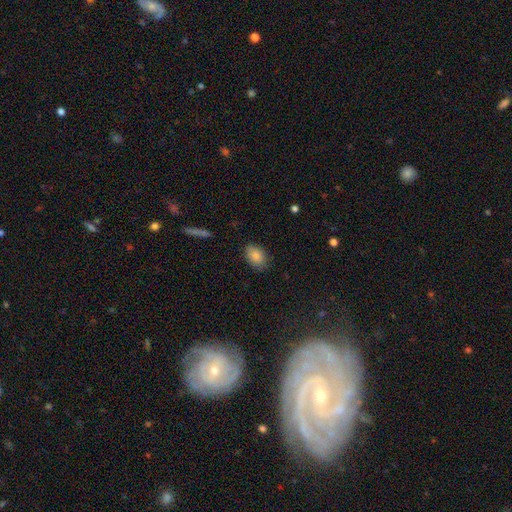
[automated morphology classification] smooth 86%, star or artifact 8%, featured or disk 7%. Down the decision tree: how rounded — in between (86%); merging — none (80%).